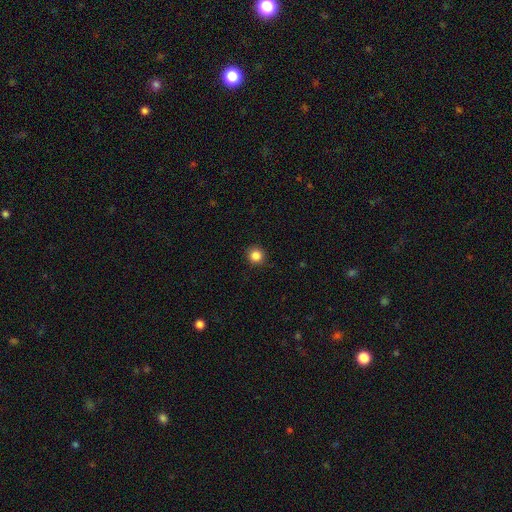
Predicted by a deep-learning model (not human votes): Overall: smooth (86%). How rounded: round (94%). Merging: none (92%).